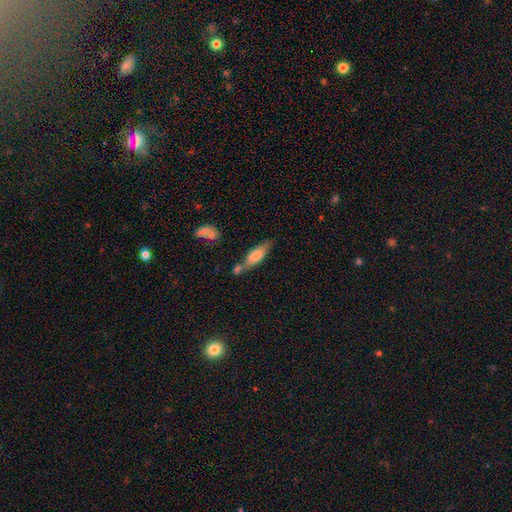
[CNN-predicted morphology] smooth-or-featured: smooth: 73% | featured or disk: 21% | star or artifact: 6%
  how-rounded: in between: 55% | cigar-shaped: 43% | round: 2%
  merging: none: 45% | merger: 31% | minor disturbance: 18% | major disturbance: 6%